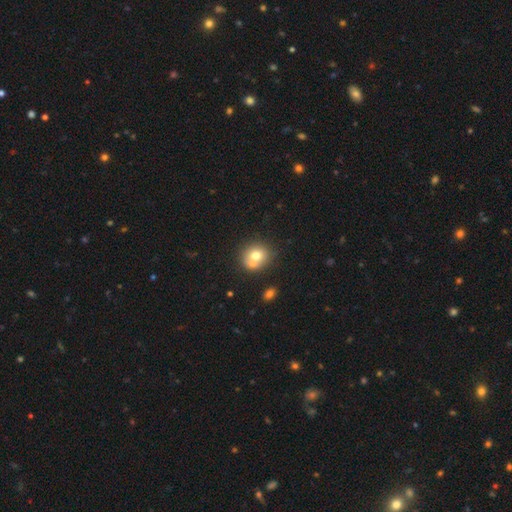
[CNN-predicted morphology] The model was most divided on "merging": none: 45%, merger: 40%, minor disturbance: 11%, major disturbance: 4%. More confident: how rounded — round (77%); smooth or featured — smooth (69%).